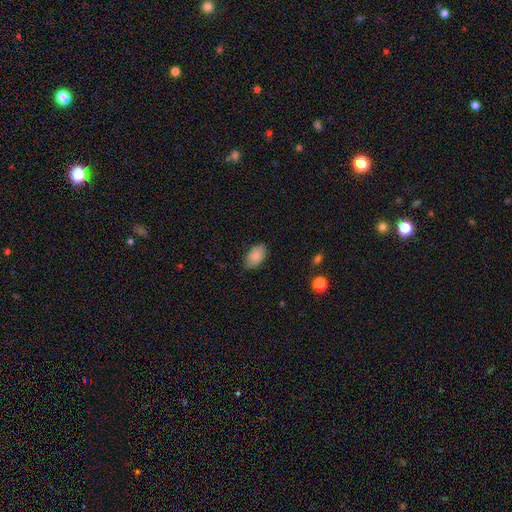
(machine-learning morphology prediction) A smooth galaxy with no disk features (87%) that is in between round and cigar-shaped (93%). Merging: none (79%).